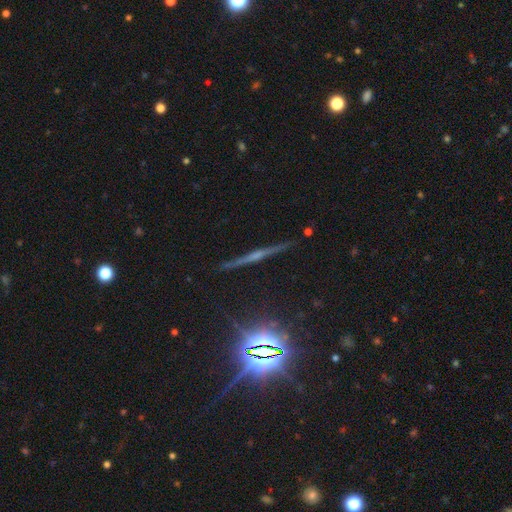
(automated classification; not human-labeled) This appears to be a featured or disk galaxy (67%) viewed edge-on (97%) with a rounded central bulge (72%). Merging: none (89%).